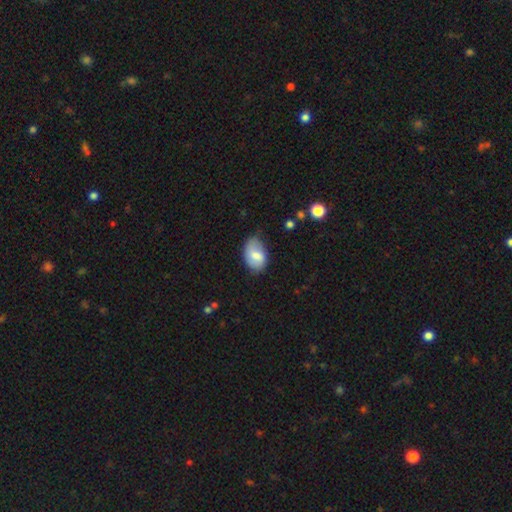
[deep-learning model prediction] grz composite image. It shows a smooth galaxy with no disk features (73%) that is in between round and cigar-shaped (89%). Merging: none (61%).